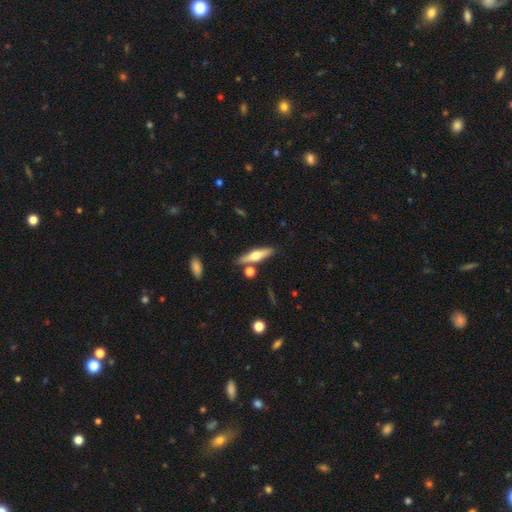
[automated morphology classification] Smooth or featured?
  - featured or disk: 51% *
  - smooth: 43%
  - star or artifact: 6%
Edge-on disk?
  - yes: 93% *
  - no: 7%
Merging?
  - none: 81% *
  - minor disturbance: 10%
  - merger: 7%
  - major disturbance: 2%